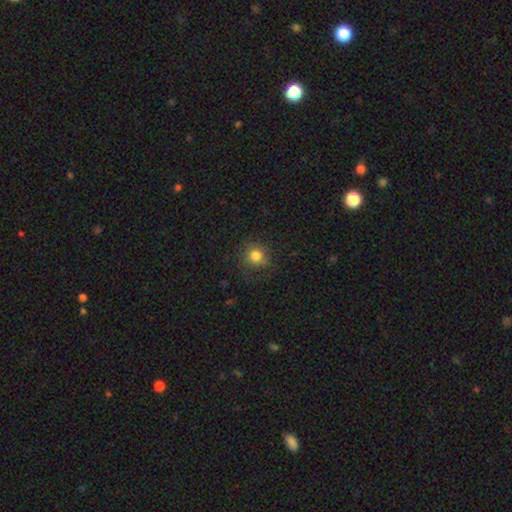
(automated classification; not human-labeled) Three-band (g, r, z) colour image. It shows a smooth galaxy with no disk features (79%) that is round (89%). Merging: none (79%).